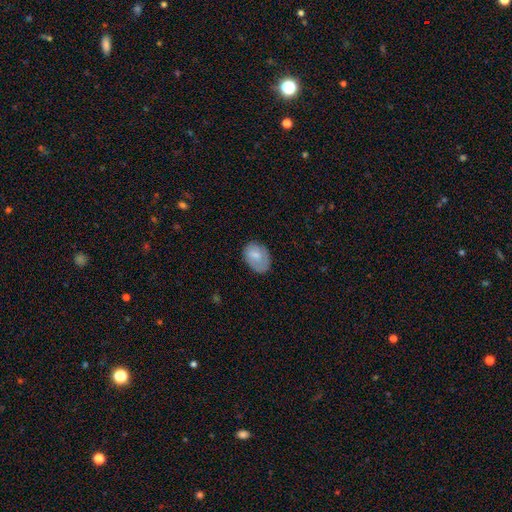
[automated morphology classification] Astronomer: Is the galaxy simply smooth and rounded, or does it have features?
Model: smooth — 74%.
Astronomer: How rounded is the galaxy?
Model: in between — 82%.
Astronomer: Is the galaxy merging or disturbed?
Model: none — 68%.